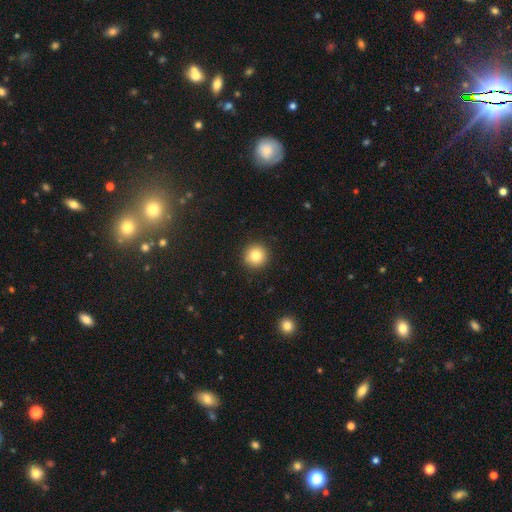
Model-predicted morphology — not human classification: The model was most divided on "smooth or featured": smooth: 81%, star or artifact: 11%, featured or disk: 8%. More confident: how rounded — round (95%); merging — none (92%).